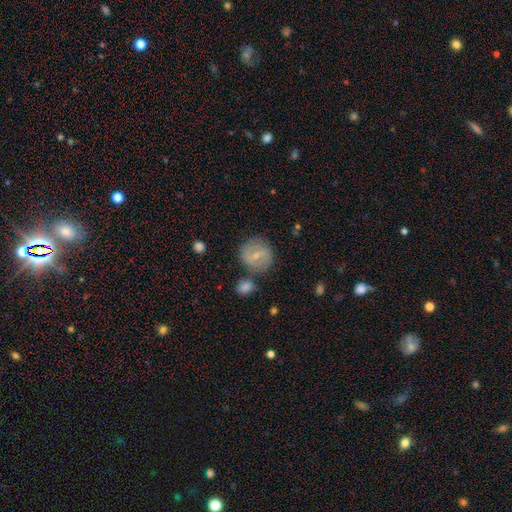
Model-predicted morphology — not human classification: smooth-or-featured: featured or disk: 47% | smooth: 45% | star or artifact: 8%
  merging: none: 71% | minor disturbance: 14% | merger: 11% | major disturbance: 5%